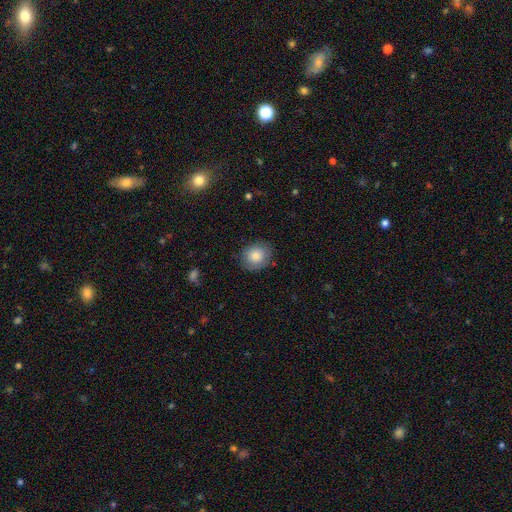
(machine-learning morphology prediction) This appears to be a smooth galaxy with no disk features (83%) that is round (65%). Merging: none (82%).